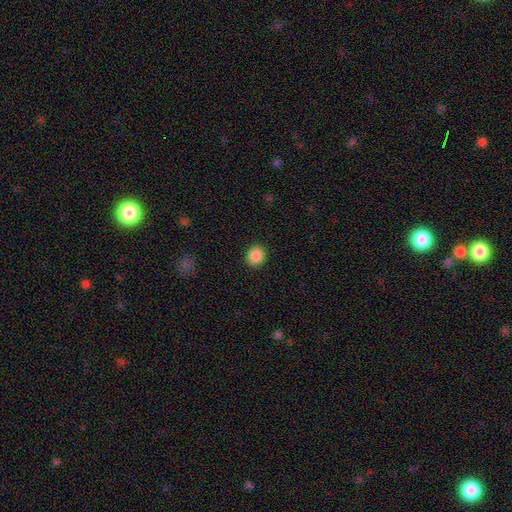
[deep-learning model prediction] smooth-or-featured: smooth: 88% | star or artifact: 9% | featured or disk: 3%
  how-rounded: round: 74% | in between: 25% | cigar-shaped: 1%
  merging: none: 91% | minor disturbance: 6% | major disturbance: 2% | merger: 1%